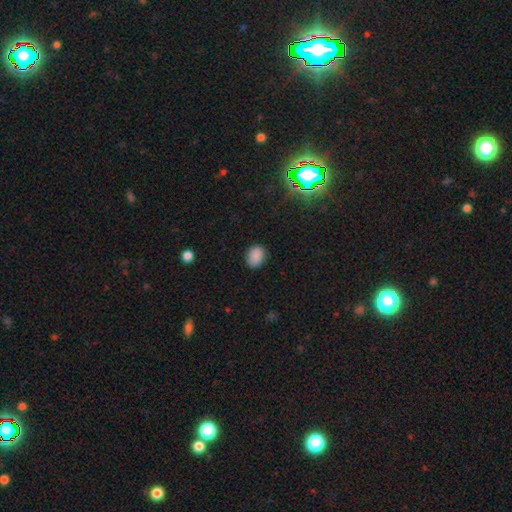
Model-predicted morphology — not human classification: smooth-or-featured: smooth: 87% | star or artifact: 10% | featured or disk: 3%
  how-rounded: in between: 62% | round: 37% | cigar-shaped: 1%
  merging: none: 83% | minor disturbance: 13% | major disturbance: 3% | merger: 1%